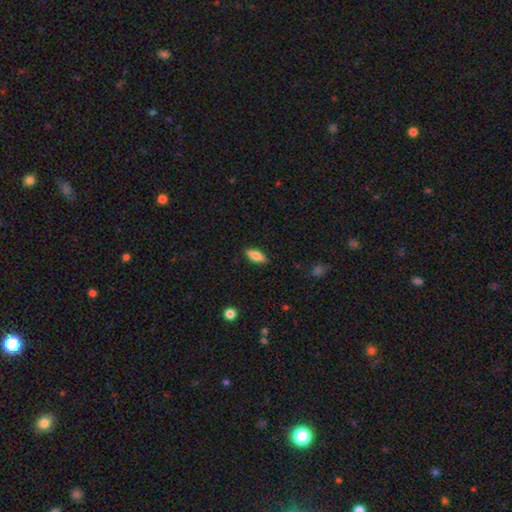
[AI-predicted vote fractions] This is likely a smooth galaxy (80%). How rounded: likely in between (72%). Merging: clearly none (88%).